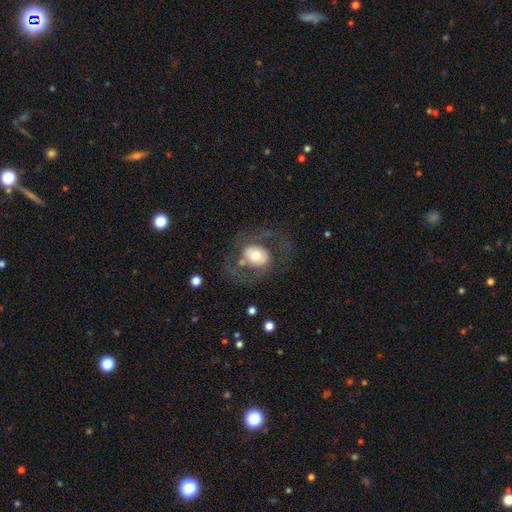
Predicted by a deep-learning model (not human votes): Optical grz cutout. It shows a featured or disk galaxy (53%) with no bar (69%), no spiral arms (53%) and a moderate central bulge (63%). Merging: none (55%).